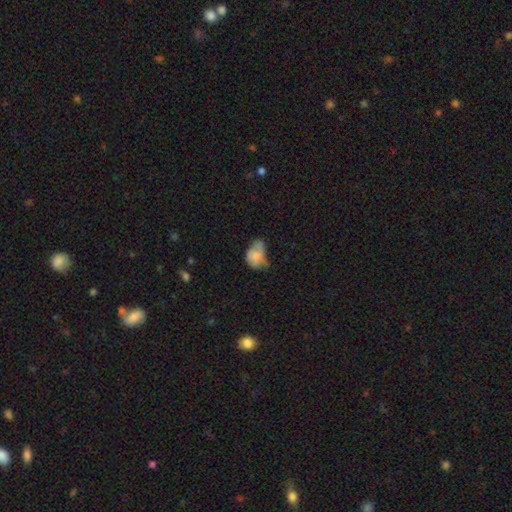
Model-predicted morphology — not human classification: Overall: smooth (72%). How rounded: in between (77%). Merging: minor disturbance (41%; major disturbance 26%).